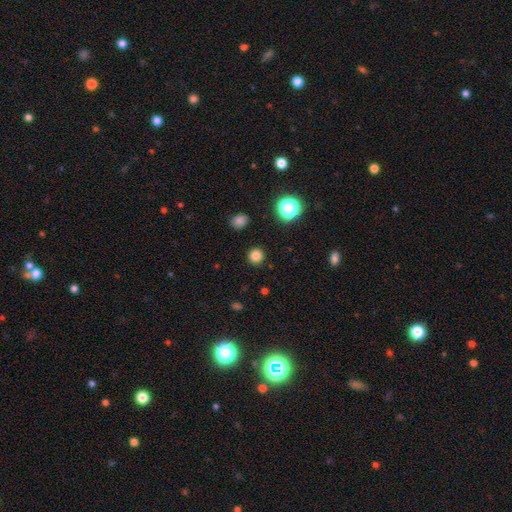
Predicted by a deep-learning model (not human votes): smooth 80%, star or artifact 16%, featured or disk 3%. Down the decision tree: how rounded — round (93%); merging — none (90%).